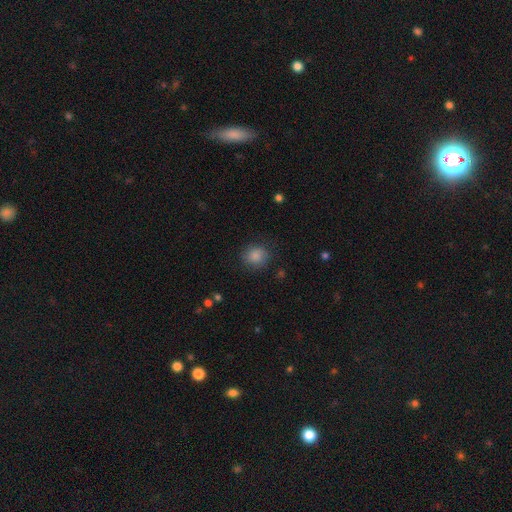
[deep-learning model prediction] Smooth or featured? smooth (86%)
How rounded? round (84%)
Merging? none (84%)